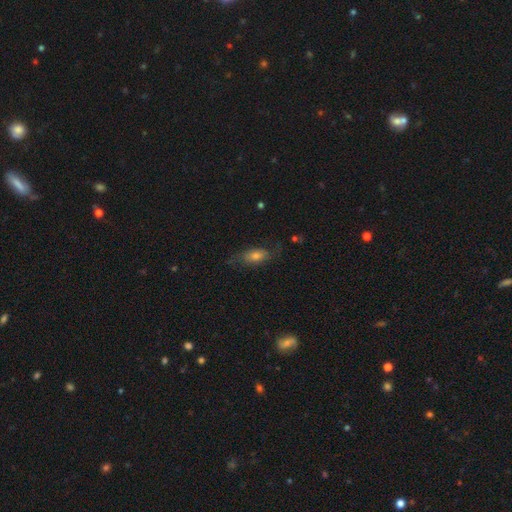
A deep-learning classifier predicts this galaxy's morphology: Smooth or featured? smooth (53%)
How rounded? in between (76%)
Merging? none (64%)